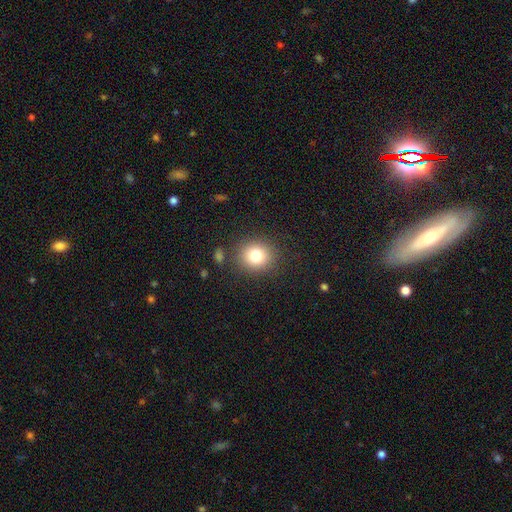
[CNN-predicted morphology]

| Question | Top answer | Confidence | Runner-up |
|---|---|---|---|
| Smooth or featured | smooth | 79% | star or artifact (12%) |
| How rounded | round | 81% | in between (18%) |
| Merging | none | 86% | minor disturbance (8%) |